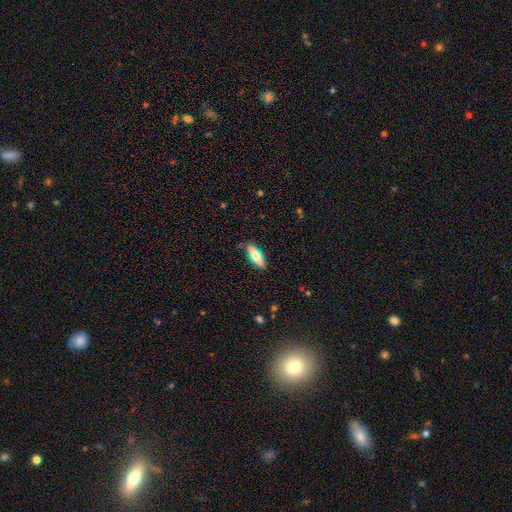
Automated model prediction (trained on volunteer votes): A smooth galaxy with no disk features (59%) that is in between round and cigar-shaped (51%). Merging: none (86%).